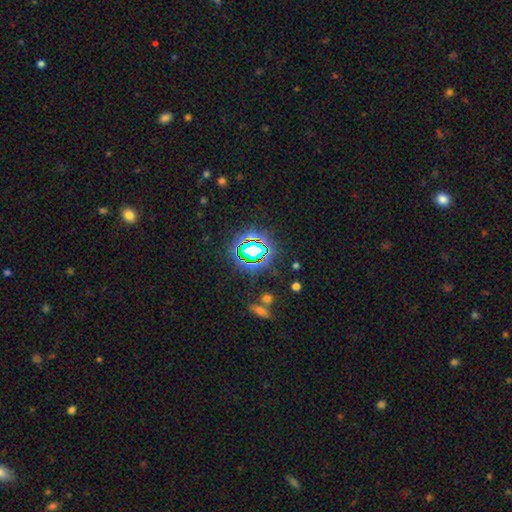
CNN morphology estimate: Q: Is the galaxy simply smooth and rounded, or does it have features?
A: star or artifact — 70%.